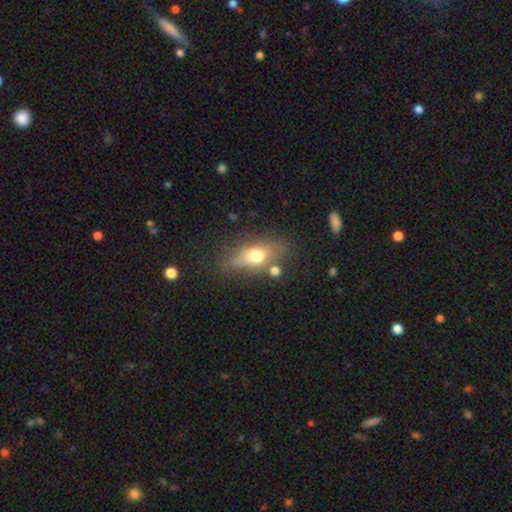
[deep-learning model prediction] Q: Smooth or featured?
A: smooth (62%); runner-up: featured or disk (28%)
Q: How rounded?
A: in between (71%); runner-up: cigar-shaped (19%)
Q: Merging?
A: none (62%); runner-up: minor disturbance (20%)